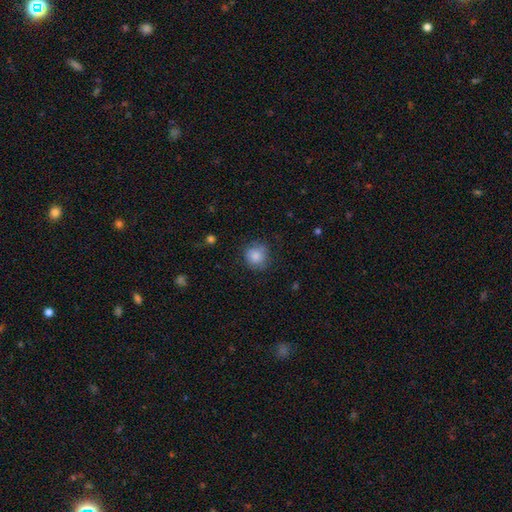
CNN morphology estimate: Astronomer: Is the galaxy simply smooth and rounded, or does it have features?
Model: smooth — 84%.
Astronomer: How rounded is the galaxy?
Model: round — 88%.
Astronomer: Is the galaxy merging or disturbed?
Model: none — 75%.